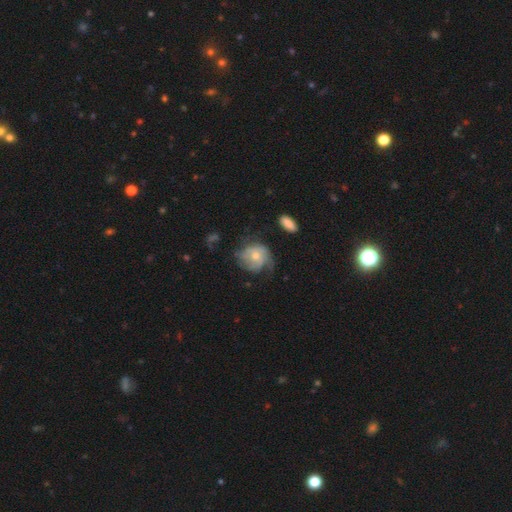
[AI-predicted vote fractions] Overall: featured or disk (62%; smooth 30%). Edge-on disk: no (97%). Bar: no (79%). Spiral arms: yes (82%). Bulge size: small (48%; moderate 46%). Merging: none (51%; minor disturbance 26%).